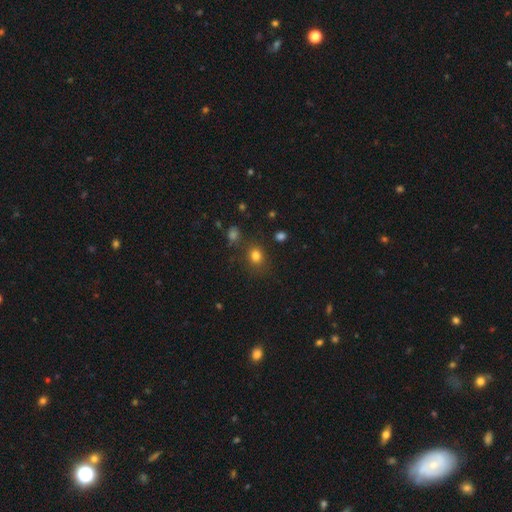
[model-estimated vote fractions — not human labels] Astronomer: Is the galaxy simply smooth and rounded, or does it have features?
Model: smooth — 79%.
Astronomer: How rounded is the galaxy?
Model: round — 69%.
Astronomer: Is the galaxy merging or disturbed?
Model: none — 78%.